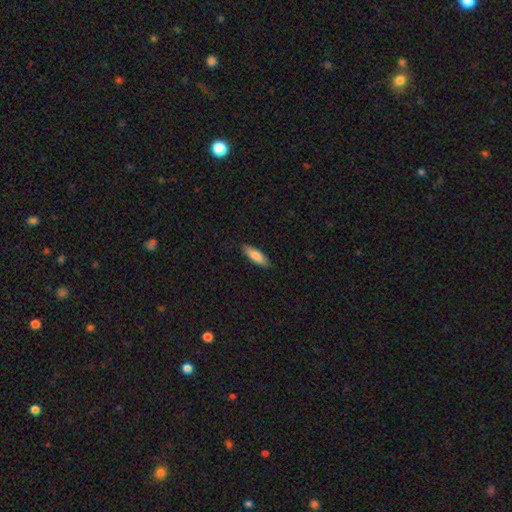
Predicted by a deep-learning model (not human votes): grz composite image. It shows a smooth galaxy with no disk features (82%) that is cigar-shaped (53%). Merging: none (87%).